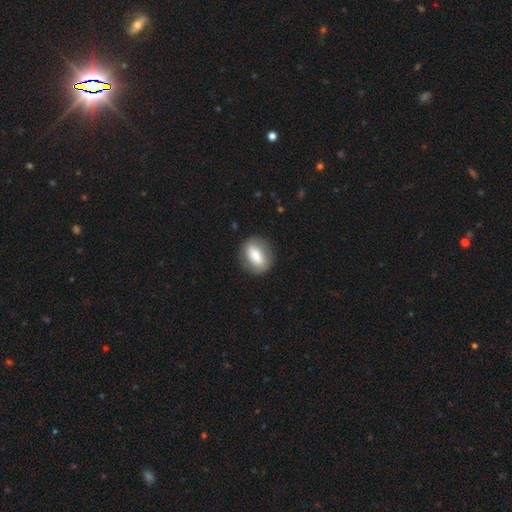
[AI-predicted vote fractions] This is likely a smooth galaxy (68%). How rounded: likely in between (67%). Merging: clearly none (84%).